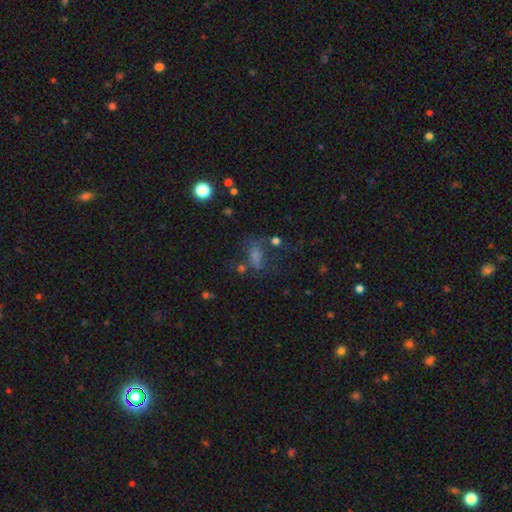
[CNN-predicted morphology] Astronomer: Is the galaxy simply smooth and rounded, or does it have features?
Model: smooth — 45% (runner-up: star or artifact, 34%).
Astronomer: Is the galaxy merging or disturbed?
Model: none — 49%.